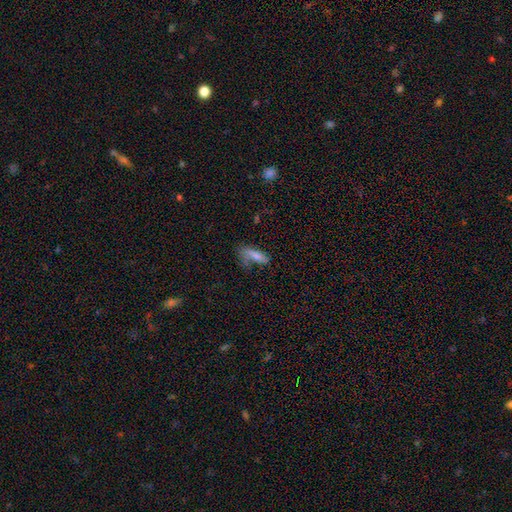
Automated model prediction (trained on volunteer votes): smooth-or-featured: smooth: 53% | featured or disk: 27% | star or artifact: 20%
  how-rounded: cigar-shaped: 49% | in between: 45% | round: 5%
  merging: none: 48% | minor disturbance: 24% | major disturbance: 21% | merger: 7%